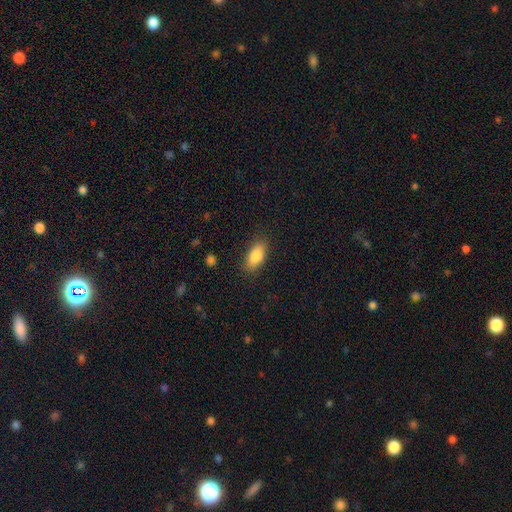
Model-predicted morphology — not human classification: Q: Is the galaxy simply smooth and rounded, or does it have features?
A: smooth — 85%.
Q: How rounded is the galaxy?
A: in between — 86%.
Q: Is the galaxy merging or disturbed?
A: none — 84%.